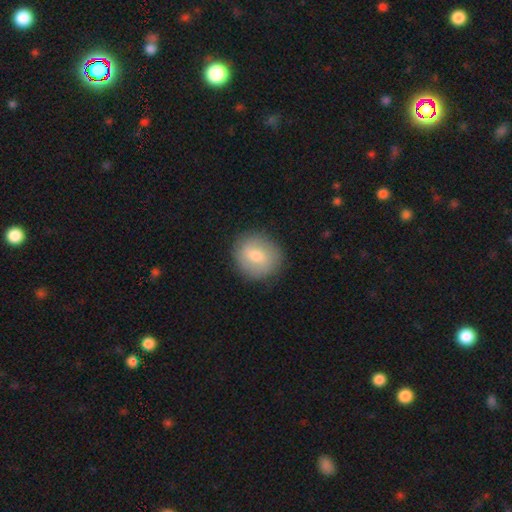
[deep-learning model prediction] This is likely a smooth galaxy (68%). How rounded: clearly round (86%). Merging: clearly none (87%).